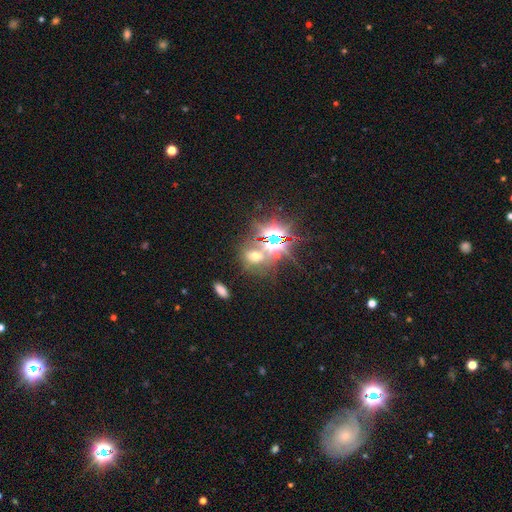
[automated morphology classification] smooth-or-featured: star or artifact: 54% | smooth: 34% | featured or disk: 13%